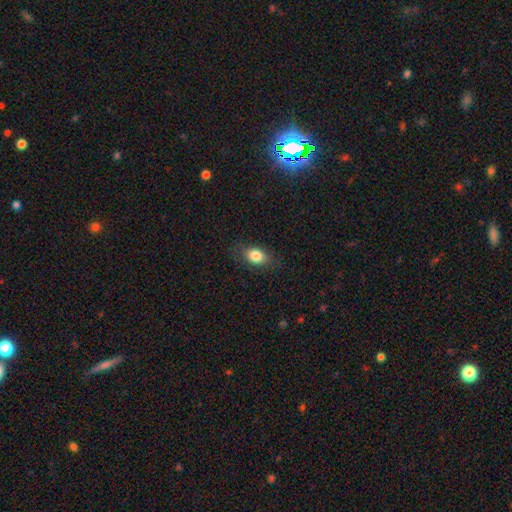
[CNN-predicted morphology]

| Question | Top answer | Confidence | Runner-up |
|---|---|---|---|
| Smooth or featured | smooth | 82% | featured or disk (9%) |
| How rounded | in between | 75% | round (22%) |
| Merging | none | 82% | minor disturbance (13%) |